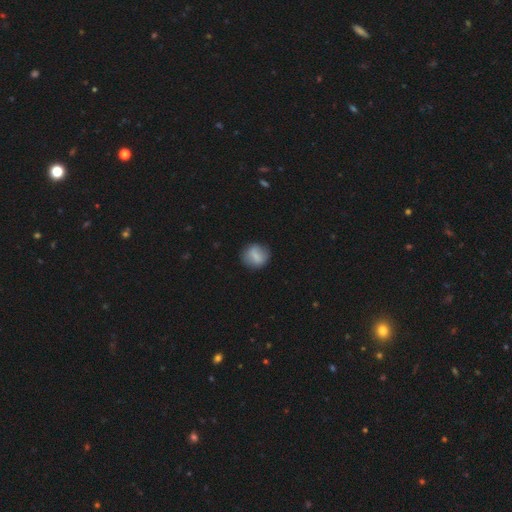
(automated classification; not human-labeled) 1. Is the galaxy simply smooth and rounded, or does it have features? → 67% smooth, 25% featured or disk, 8% star or artifact.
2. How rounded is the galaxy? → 74% round, 24% in between, 2% cigar-shaped.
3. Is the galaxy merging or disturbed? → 81% none, 13% minor disturbance, 4% major disturbance, 2% merger.